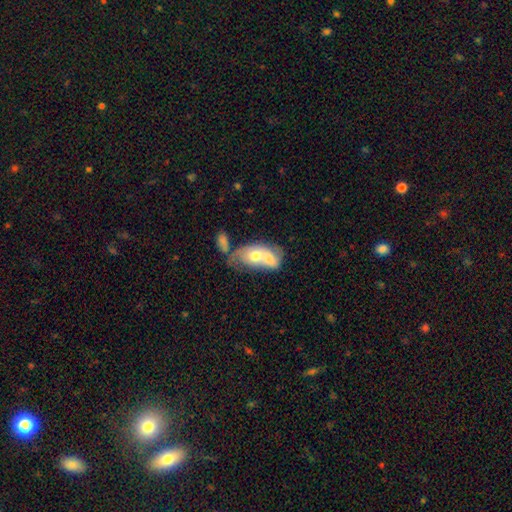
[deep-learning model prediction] Morphology: type=smooth (60%); roundness=in between (84%); merging=merger (69%).